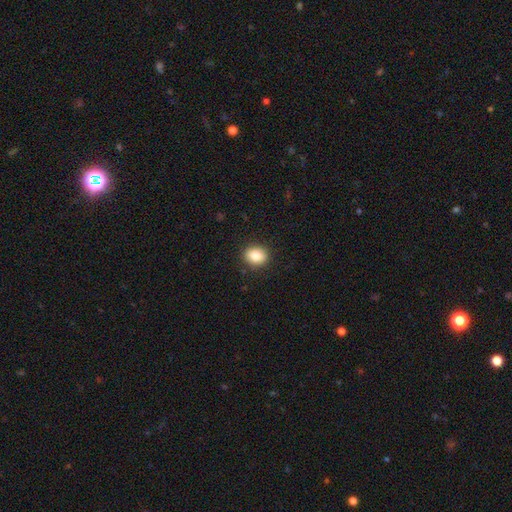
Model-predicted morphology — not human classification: A smooth galaxy with no disk features (84%) that is round (61%). Merging: none (90%).